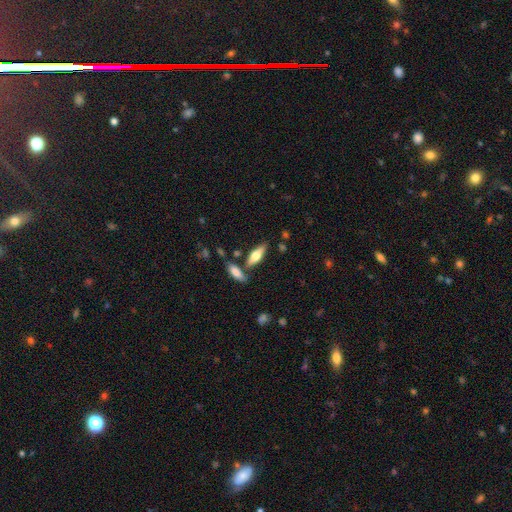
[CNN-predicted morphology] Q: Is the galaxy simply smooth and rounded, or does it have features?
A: smooth — 56%.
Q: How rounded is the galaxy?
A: in between — 59%.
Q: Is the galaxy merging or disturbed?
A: none — 71%.